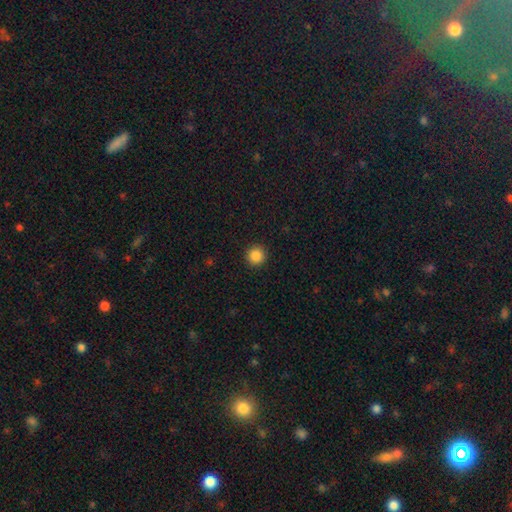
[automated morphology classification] smooth_or_featured: smooth (p=0.86) [alt: star or artifact p=0.10]
how_rounded: round (p=0.95) [alt: in between p=0.04]
merging: none (p=0.93) [alt: minor disturbance p=0.05]